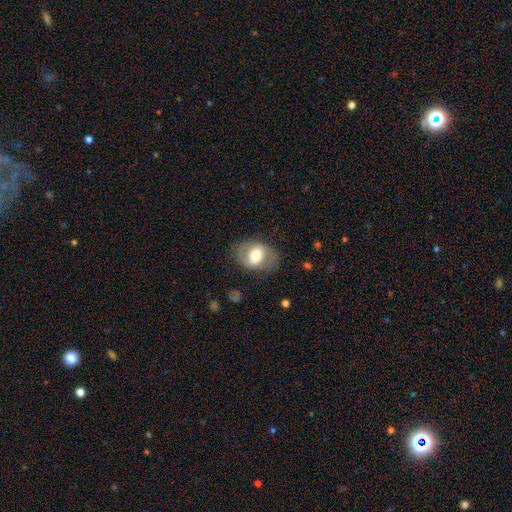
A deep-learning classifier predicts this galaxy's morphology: Overall: featured or disk (55%; smooth 38%). Edge-on disk: no (95%). Bar: weak (41%; no 31%). Spiral arms: yes (69%; no 31%). Bulge size: moderate (61%; large 23%). Merging: none (73%).